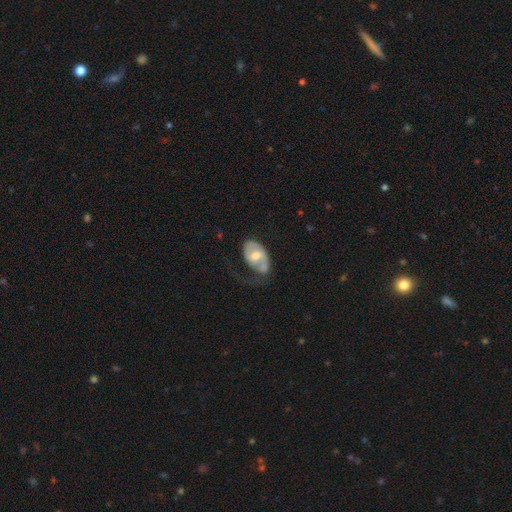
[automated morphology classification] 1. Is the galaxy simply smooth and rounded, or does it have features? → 59% featured or disk, 35% smooth, 6% star or artifact.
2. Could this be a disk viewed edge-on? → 96% no, 4% yes.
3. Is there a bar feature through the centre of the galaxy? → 46% weak, 41% no, 13% strong.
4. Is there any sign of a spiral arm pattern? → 71% yes, 29% no.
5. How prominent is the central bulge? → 63% moderate, 24% small, 8% large, 3% none, 1% dominant.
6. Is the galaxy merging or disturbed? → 38% major disturbance, 29% none, 27% minor disturbance, 5% merger.